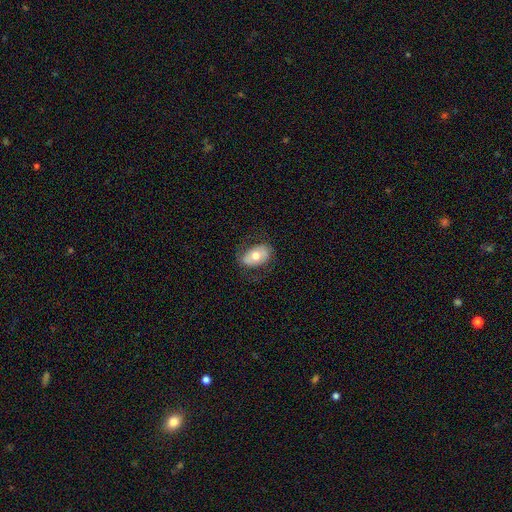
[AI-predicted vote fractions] The model was most divided on "smooth or featured": smooth: 59%, featured or disk: 34%, star or artifact: 7%. More confident: how rounded — in between (88%); merging — none (73%).